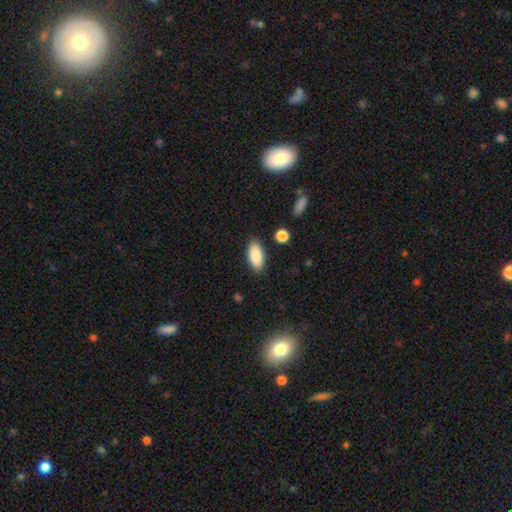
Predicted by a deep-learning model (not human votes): Smooth or featured: smooth — 88% (star or artifact — 6%)
How rounded: in between — 91% (cigar-shaped — 7%)
Merging: none — 85% (minor disturbance — 10%)